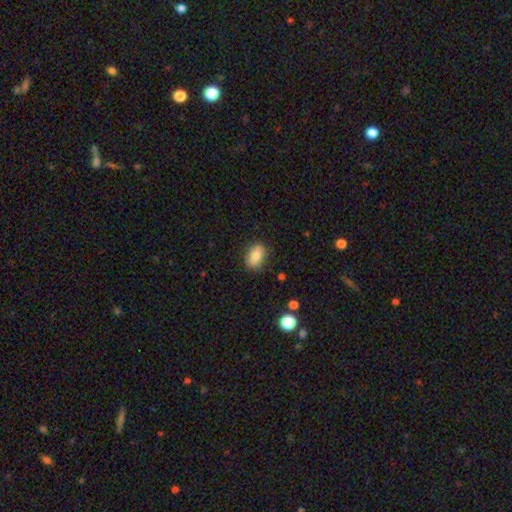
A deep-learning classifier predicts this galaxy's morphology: smooth 75%, featured or disk 17%, star or artifact 8%. Down the decision tree: how rounded — in between (79%); merging — none (82%).